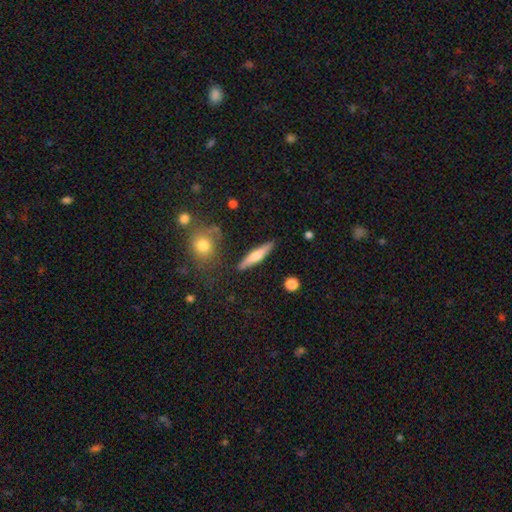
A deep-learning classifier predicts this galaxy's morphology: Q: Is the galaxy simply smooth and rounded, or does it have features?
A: smooth — 56%.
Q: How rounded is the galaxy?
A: cigar-shaped — 83%.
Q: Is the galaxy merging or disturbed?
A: none — 86%.